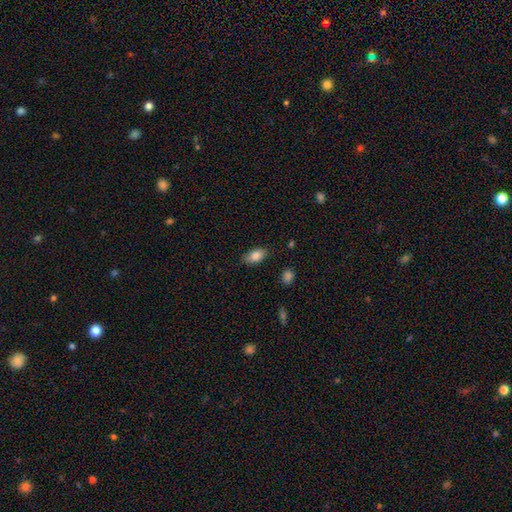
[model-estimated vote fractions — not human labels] This is clearly a smooth galaxy (83%). How rounded: clearly in between (90%). Merging: clearly none (83%).